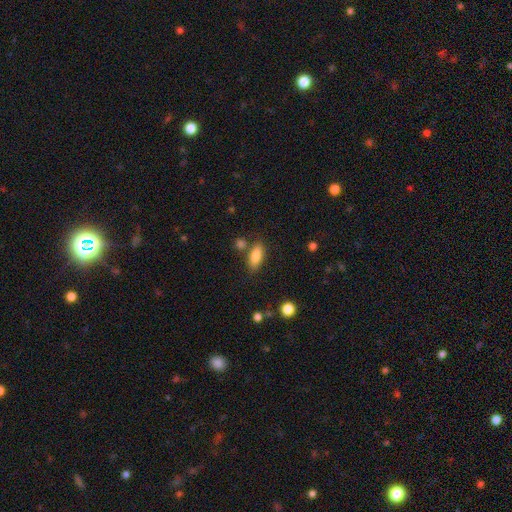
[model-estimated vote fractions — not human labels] Smooth or featured?
  - smooth: 84% *
  - featured or disk: 9%
  - star or artifact: 8%
How rounded?
  - in between: 77% *
  - cigar-shaped: 20%
  - round: 3%
Merging?
  - none: 75% *
  - minor disturbance: 13%
  - merger: 9%
  - major disturbance: 4%